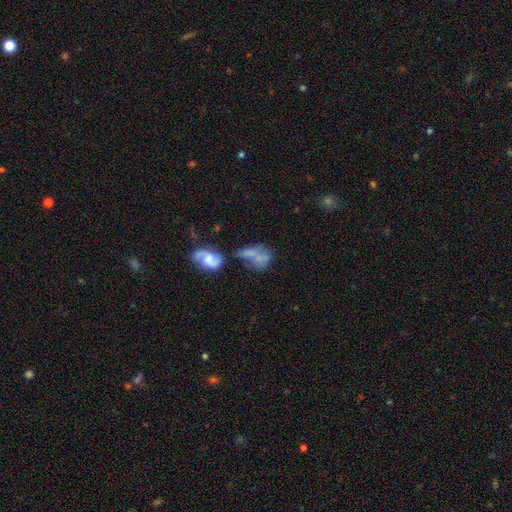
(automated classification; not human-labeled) Smooth or featured? Predicted: smooth (p=0.44). Merging? Predicted: merger (p=0.41).